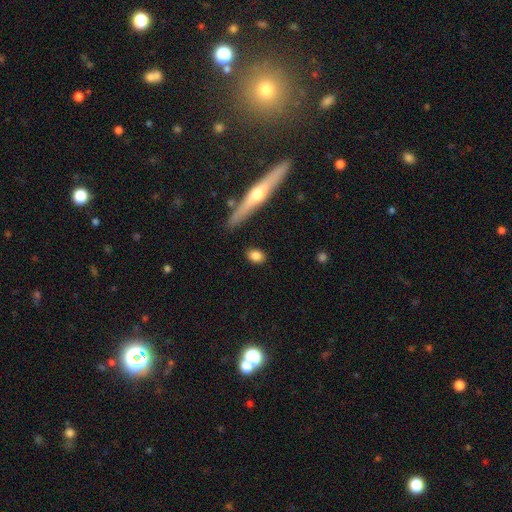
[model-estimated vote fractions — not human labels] The model was most divided on "how rounded": in between: 66%, round: 28%, cigar-shaped: 6%. More confident: merging — none (86%); smooth or featured — smooth (82%).